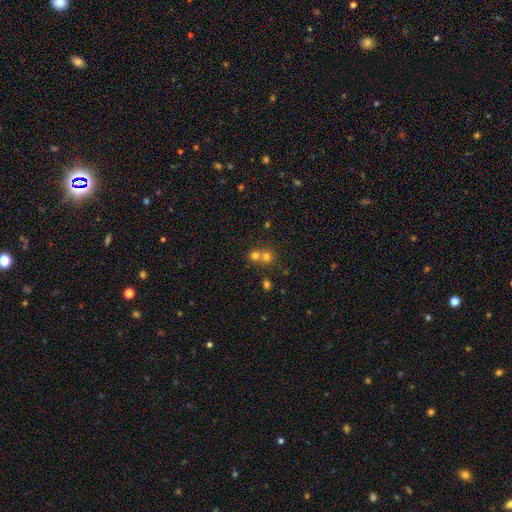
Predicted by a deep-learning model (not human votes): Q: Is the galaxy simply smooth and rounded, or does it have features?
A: smooth — 71%.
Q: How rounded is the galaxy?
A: round — 85%.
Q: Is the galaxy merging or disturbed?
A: merger — 51%.